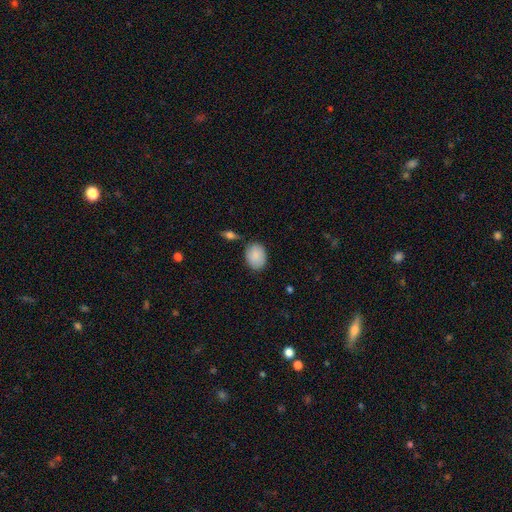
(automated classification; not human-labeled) Smooth or featured: smooth — 88% (star or artifact — 6%)
How rounded: in between — 69% (round — 30%)
Merging: none — 73% (minor disturbance — 18%)